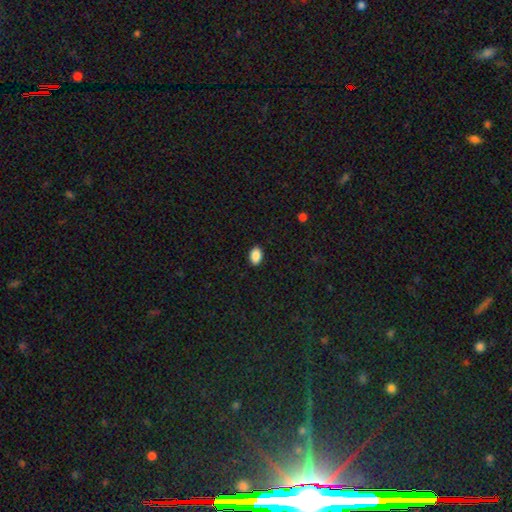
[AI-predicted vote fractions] This is clearly a smooth galaxy (89%). How rounded: clearly in between (86%). Merging: clearly none (90%).